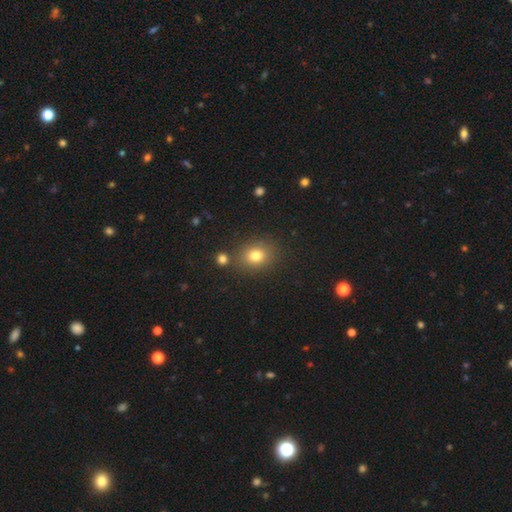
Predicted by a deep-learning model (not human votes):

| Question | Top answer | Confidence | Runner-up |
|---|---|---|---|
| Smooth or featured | smooth | 79% | star or artifact (13%) |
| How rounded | round | 61% | in between (38%) |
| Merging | none | 78% | minor disturbance (10%) |